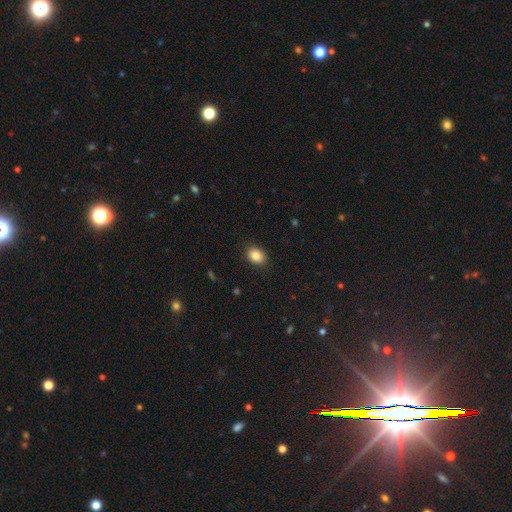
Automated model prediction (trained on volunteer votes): Morphology: type=smooth (87%); roundness=in between (69%); merging=none (89%).